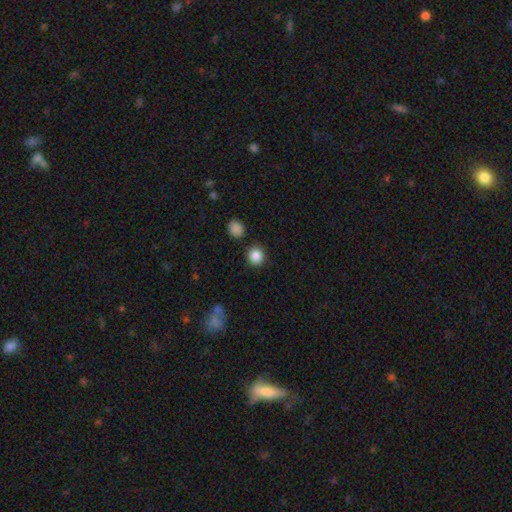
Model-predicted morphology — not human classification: Smooth or featured? smooth (86%)
How rounded? round (90%)
Merging? none (89%)